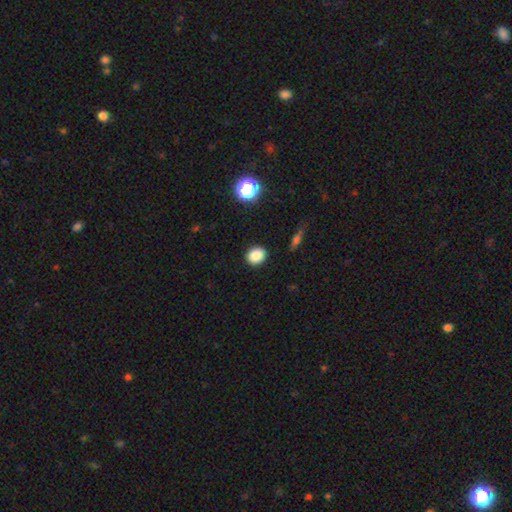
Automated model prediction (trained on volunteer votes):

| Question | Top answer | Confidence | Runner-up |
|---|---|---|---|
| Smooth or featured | smooth | 85% | star or artifact (11%) |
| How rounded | round | 67% | in between (32%) |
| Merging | none | 89% | minor disturbance (7%) |